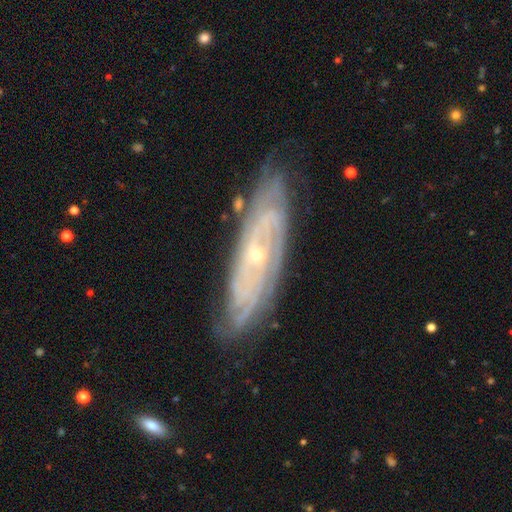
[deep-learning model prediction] Morphology: type=featured or disk (84%); edge-on=no (80%); bar=no (69%); spiral arms=yes (94%); winding=tight (72%); arm count=can't tell (46%); bulge=small (75%); merging=none (78%).